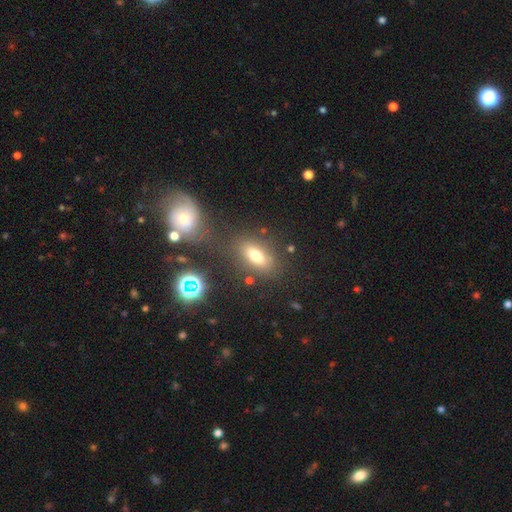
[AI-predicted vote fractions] Smooth or featured?
  - smooth: 70% *
  - featured or disk: 16%
  - star or artifact: 14%
How rounded?
  - in between: 78% *
  - cigar-shaped: 12%
  - round: 10%
Merging?
  - none: 77% *
  - minor disturbance: 12%
  - merger: 6%
  - major disturbance: 5%